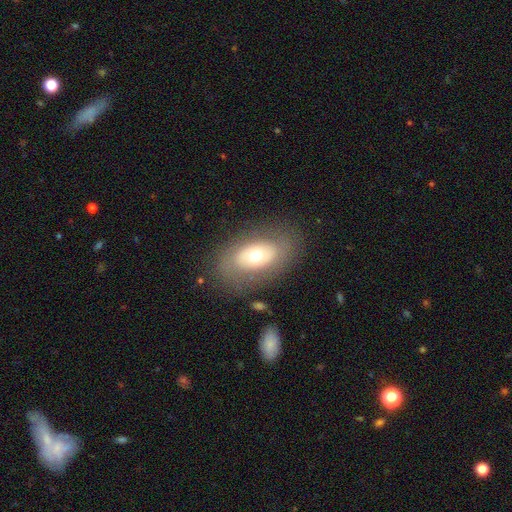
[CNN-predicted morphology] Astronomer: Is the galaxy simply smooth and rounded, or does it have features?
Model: smooth — 51% (runner-up: featured or disk, 40%).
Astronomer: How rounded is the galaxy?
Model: in between — 86%.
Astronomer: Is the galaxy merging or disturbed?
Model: none — 78%.